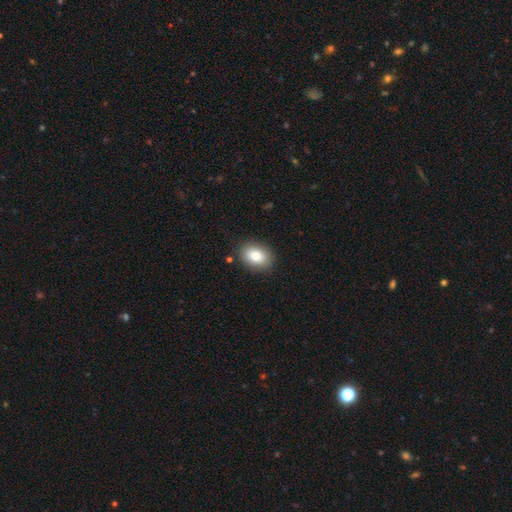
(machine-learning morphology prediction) A smooth galaxy with no disk features (81%) that is in between round and cigar-shaped (71%). Merging: none (87%).